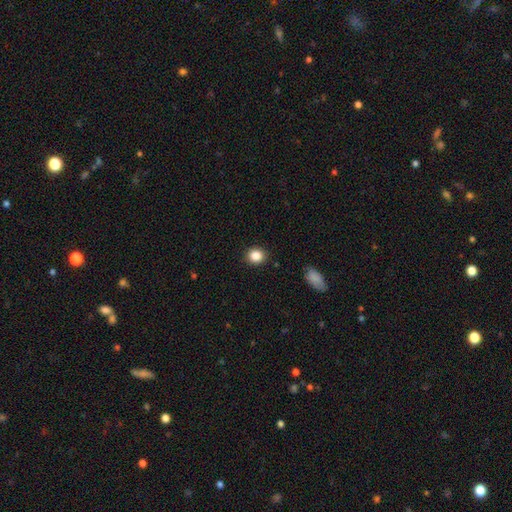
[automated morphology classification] A smooth galaxy with no disk features (86%) that is round (79%). Merging: none (89%).